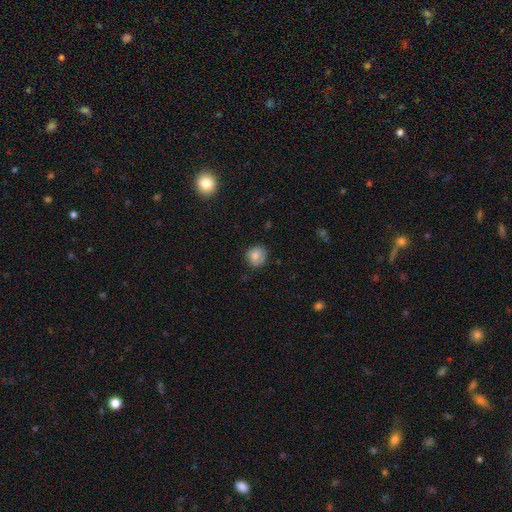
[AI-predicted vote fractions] A smooth galaxy with no disk features (80%) that is round (83%).

Vote fractions:
- Smooth or featured? smooth: 80% / featured or disk: 11% / star or artifact: 9%
- How rounded? round: 83% / in between: 16% / cigar-shaped: 1%
- Merging? none: 76% / minor disturbance: 19% / major disturbance: 4% / merger: 1%